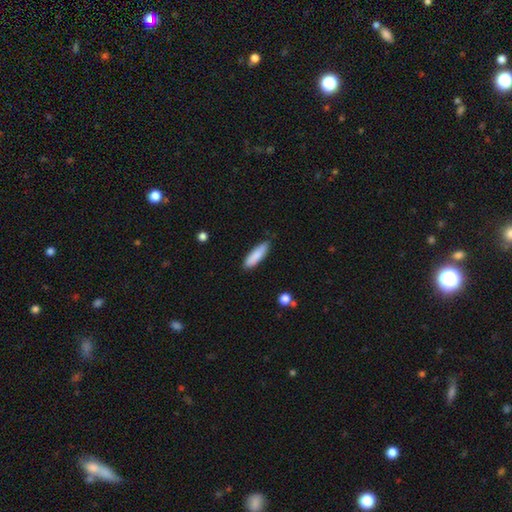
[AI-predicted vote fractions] A smooth galaxy with no disk features (86%) that is cigar-shaped (63%). Merging: none (85%).